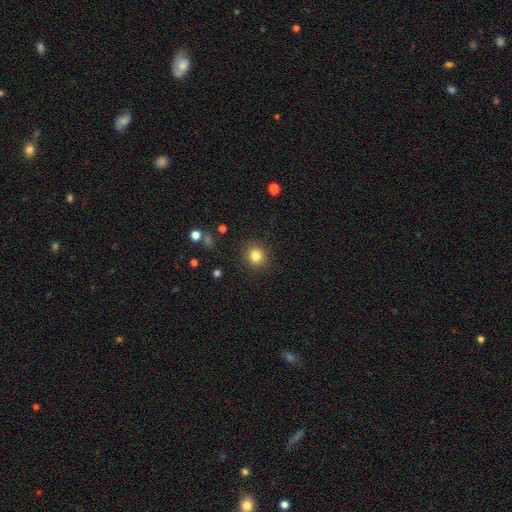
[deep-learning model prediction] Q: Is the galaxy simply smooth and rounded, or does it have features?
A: smooth — 83%.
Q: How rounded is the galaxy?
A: round — 88%.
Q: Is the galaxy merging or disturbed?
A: none — 90%.